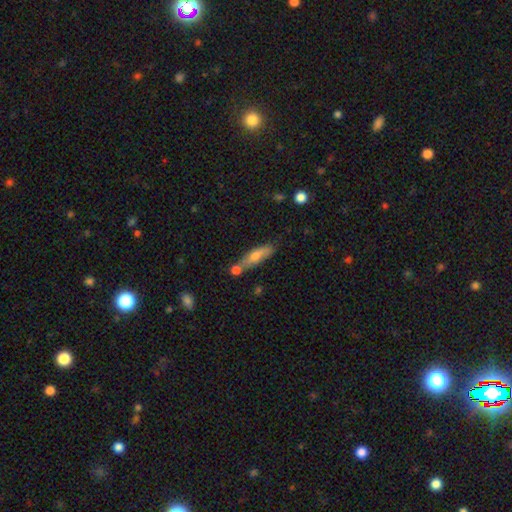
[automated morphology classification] A smooth galaxy with no disk features (62%) that is cigar-shaped (65%).

Vote fractions:
- Smooth or featured? smooth: 62% / featured or disk: 31% / star or artifact: 7%
- How rounded? cigar-shaped: 65% / in between: 33% / round: 3%
- Merging? none: 58% / merger: 19% / minor disturbance: 18% / major disturbance: 5%